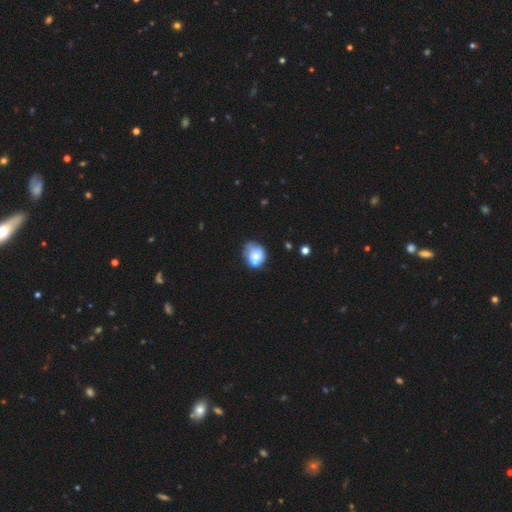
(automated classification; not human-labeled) smooth 59%, featured or disk 32%, star or artifact 9%. Down the decision tree: how rounded — round (55%); merging — none (37%).